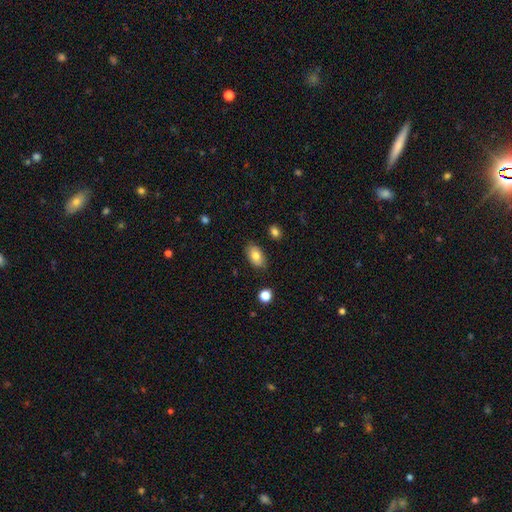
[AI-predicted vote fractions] smooth 78%, featured or disk 15%, star or artifact 8%. Down the decision tree: how rounded — in between (92%); merging — none (83%).